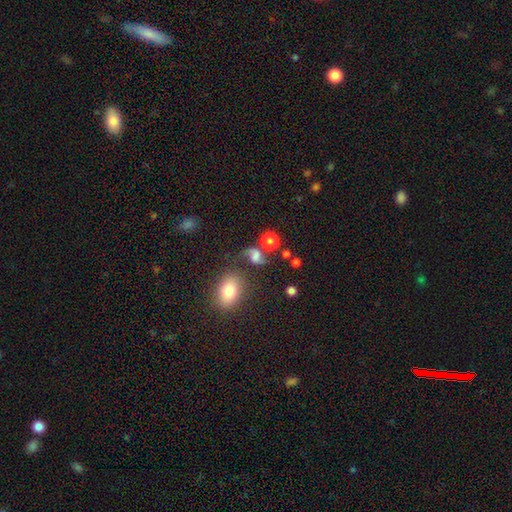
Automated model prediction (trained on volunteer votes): Smooth or featured: smooth — 47% (featured or disk — 37%)
Merging: none — 48% (minor disturbance — 18%)